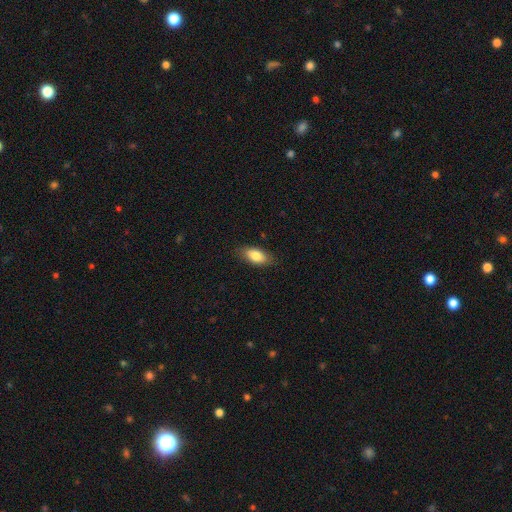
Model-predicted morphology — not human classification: Smooth or featured? smooth (82%)
How rounded? in between (87%)
Merging? none (84%)